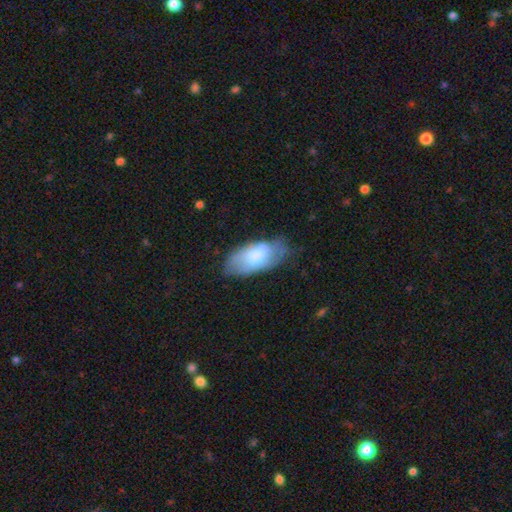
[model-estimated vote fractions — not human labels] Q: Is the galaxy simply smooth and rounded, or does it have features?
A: smooth — 65%.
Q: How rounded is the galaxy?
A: in between — 93%.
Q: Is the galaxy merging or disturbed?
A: none — 60%.